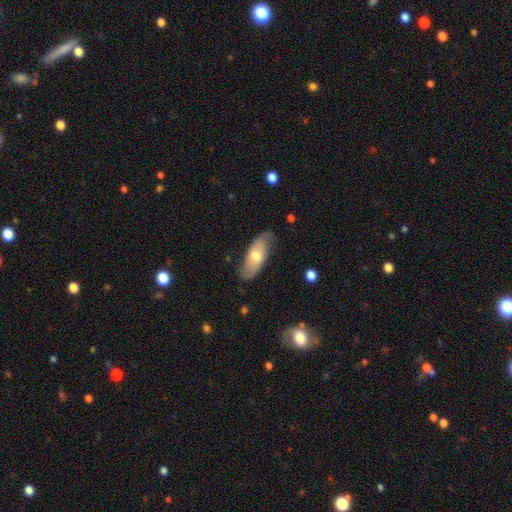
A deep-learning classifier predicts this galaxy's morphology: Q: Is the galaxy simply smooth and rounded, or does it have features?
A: smooth — 55%.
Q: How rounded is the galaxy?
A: in between — 80%.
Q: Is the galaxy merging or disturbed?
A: none — 74%.